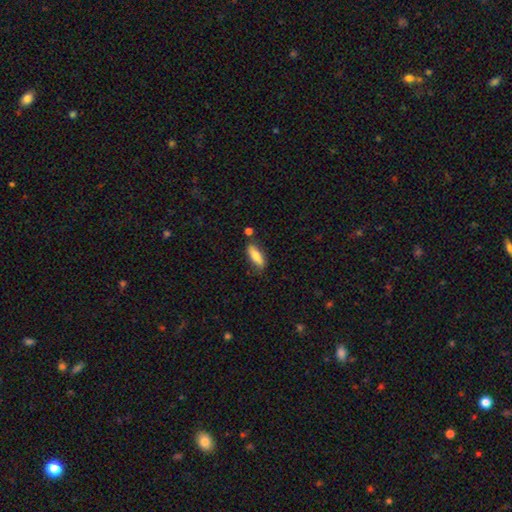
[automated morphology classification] smooth 78%, featured or disk 16%, star or artifact 6%. Down the decision tree: how rounded — in between (63%); merging — none (74%).